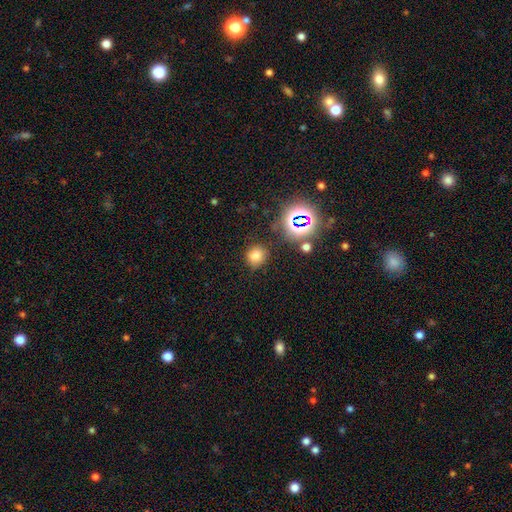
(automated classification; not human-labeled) smooth 73%, star or artifact 20%, featured or disk 7%. Down the decision tree: how rounded — round (81%); merging — none (81%).